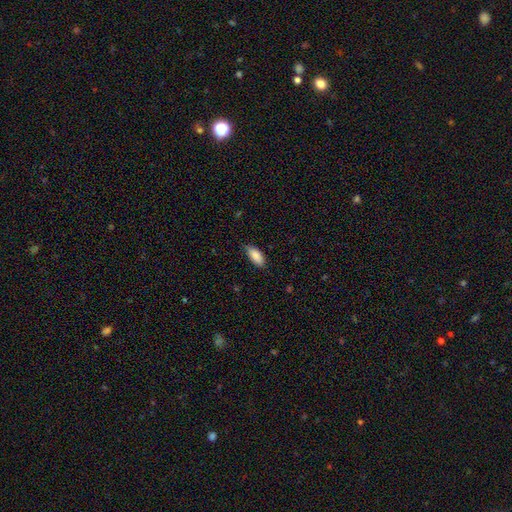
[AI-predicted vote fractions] A smooth galaxy with no disk features (86%) that is in between round and cigar-shaped (86%). Merging: none (78%).